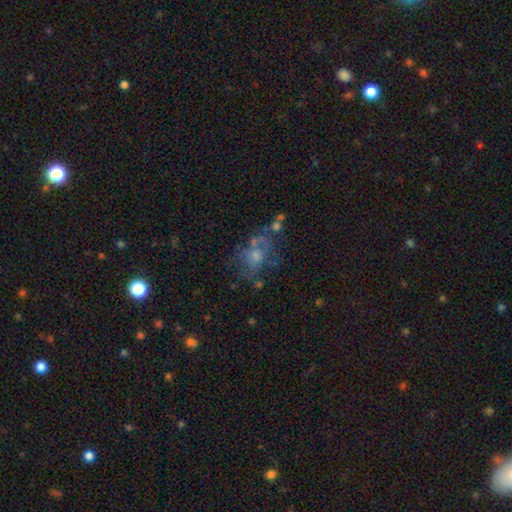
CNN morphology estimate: Smooth or featured?
  - featured or disk: 48% *
  - smooth: 31%
  - star or artifact: 21%
Merging?
  - none: 47% *
  - major disturbance: 23%
  - minor disturbance: 20%
  - merger: 10%